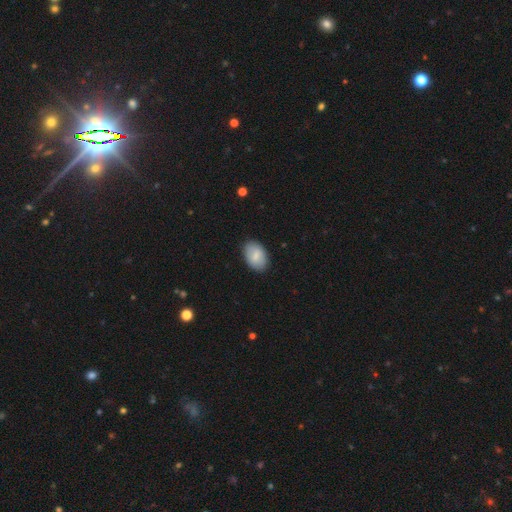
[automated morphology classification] smooth 79%, featured or disk 15%, star or artifact 7%. Down the decision tree: how rounded — in between (91%); merging — none (85%).